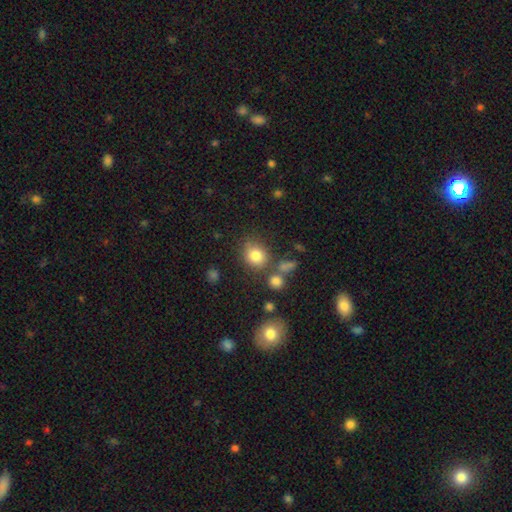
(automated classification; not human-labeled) This appears to be a smooth galaxy with no disk features (80%) that is round (73%). Merging: none (70%).